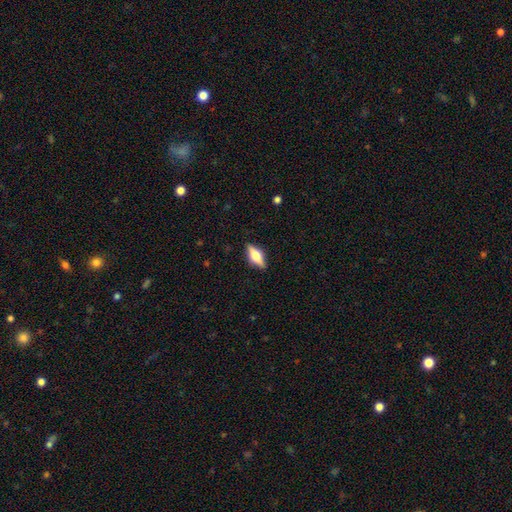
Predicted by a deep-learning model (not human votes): smooth_or_featured: featured or disk (p=0.57) [alt: smooth p=0.35]
disk_edge_on: yes (p=0.94) [alt: no p=0.06]
edge_on_bulge: rounded (p=0.92) [alt: boxy p=0.07]
merging: none (p=0.87) [alt: minor disturbance p=0.10]